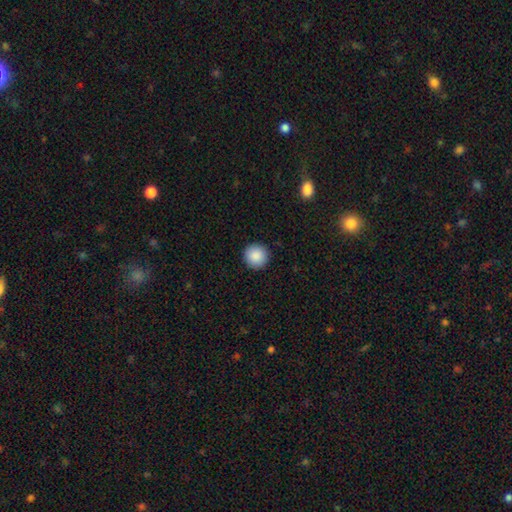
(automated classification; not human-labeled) This appears to be a smooth galaxy with no disk features (89%) that is round (95%). Merging: none (93%).